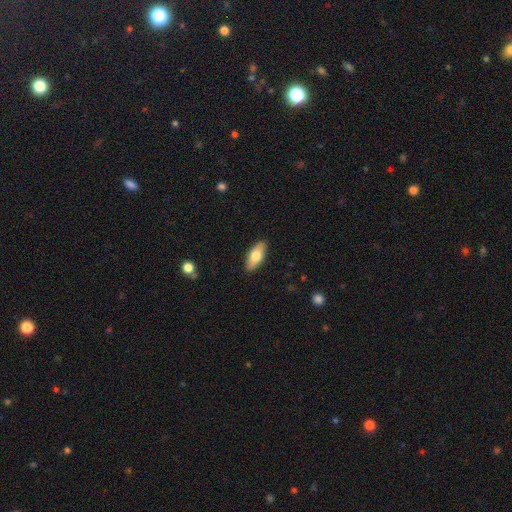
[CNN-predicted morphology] This appears to be a smooth galaxy with no disk features (73%) that is in between round and cigar-shaped (81%). Merging: none (89%).